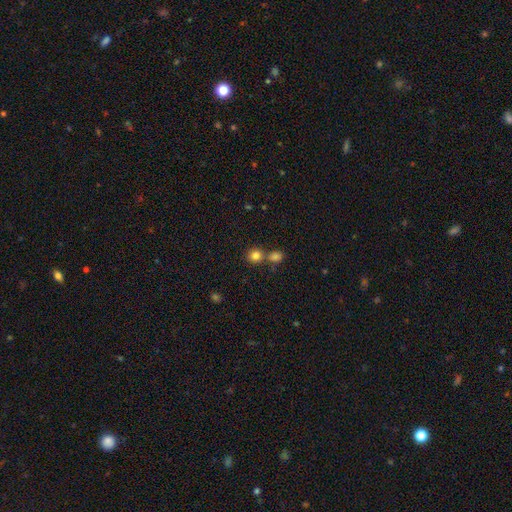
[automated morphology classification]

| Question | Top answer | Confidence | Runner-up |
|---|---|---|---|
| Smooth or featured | smooth | 83% | star or artifact (12%) |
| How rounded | round | 83% | in between (16%) |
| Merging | none | 60% | merger (30%) |